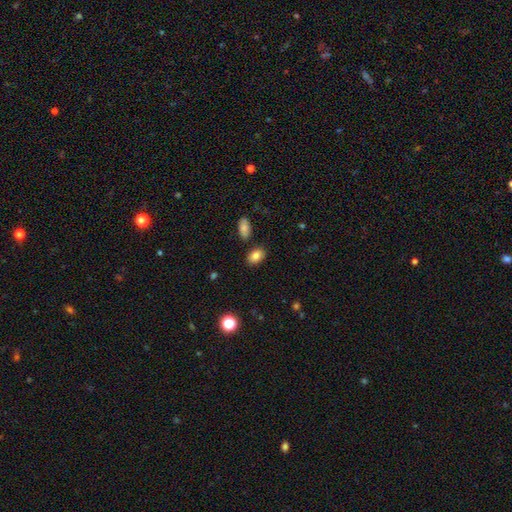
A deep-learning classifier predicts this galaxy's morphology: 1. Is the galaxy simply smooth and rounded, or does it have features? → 84% smooth, 9% star or artifact, 8% featured or disk.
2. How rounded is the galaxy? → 85% in between, 13% round, 1% cigar-shaped.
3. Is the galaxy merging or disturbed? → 83% none, 10% minor disturbance, 5% merger, 2% major disturbance.